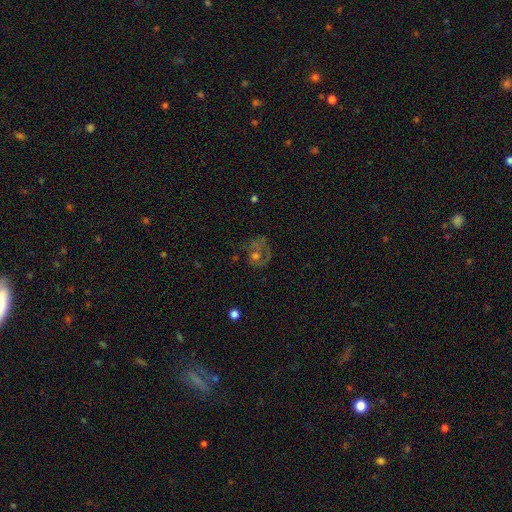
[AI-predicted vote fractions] This appears to be a featured or disk galaxy (57%) with no bar (86%), no spiral arms (55%) and a moderate central bulge (61%). Merging: none (52%).